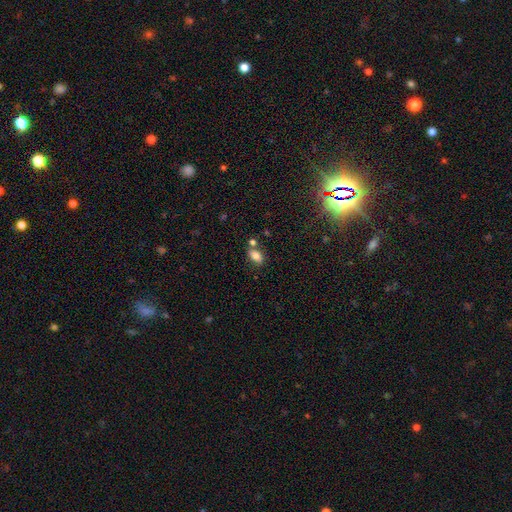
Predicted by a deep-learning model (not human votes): Smooth or featured?
  - smooth: 81% *
  - star or artifact: 10%
  - featured or disk: 10%
How rounded?
  - in between: 86% *
  - round: 10%
  - cigar-shaped: 4%
Merging?
  - none: 68% *
  - merger: 16%
  - minor disturbance: 13%
  - major disturbance: 3%